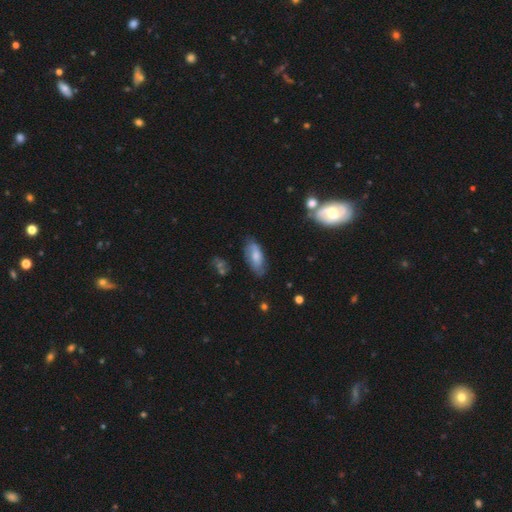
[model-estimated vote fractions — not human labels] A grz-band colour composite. It shows a smooth galaxy with no disk features (66%) that is in between round and cigar-shaped (84%). Merging: none (69%).